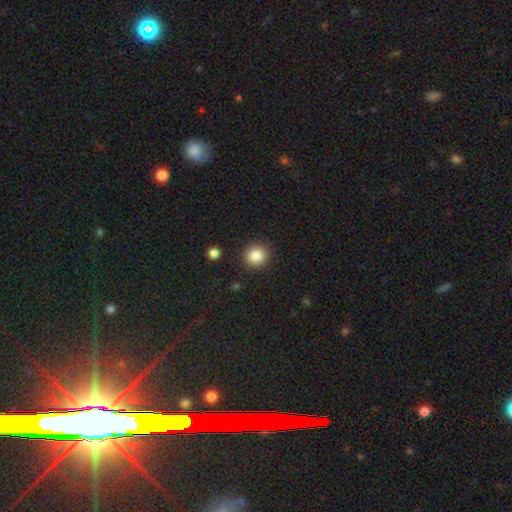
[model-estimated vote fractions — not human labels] Q: Smooth or featured?
A: smooth (85%); runner-up: star or artifact (10%)
Q: How rounded?
A: round (90%); runner-up: in between (9%)
Q: Merging?
A: none (90%); runner-up: minor disturbance (6%)